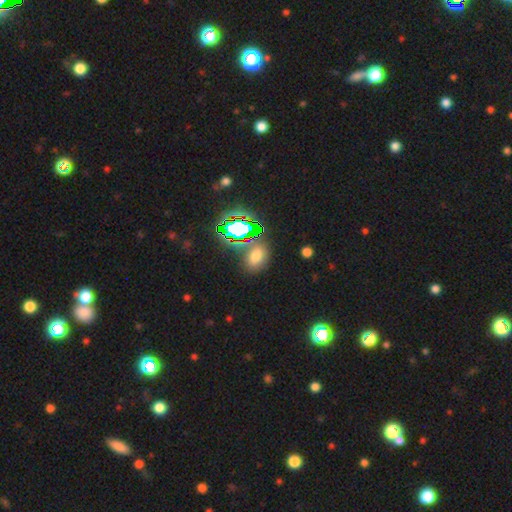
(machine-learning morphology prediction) Smooth or featured? Predicted: smooth (p=0.56). How rounded? Predicted: in between (p=0.73). Merging? Predicted: none (p=0.72).